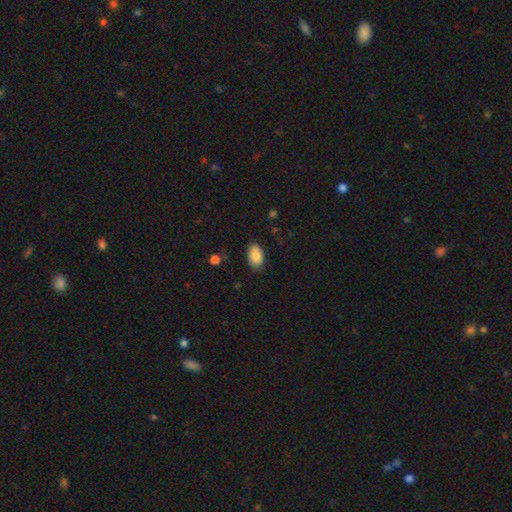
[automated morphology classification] smooth 87%, star or artifact 7%, featured or disk 6%. Down the decision tree: how rounded — in between (93%); merging — none (82%).